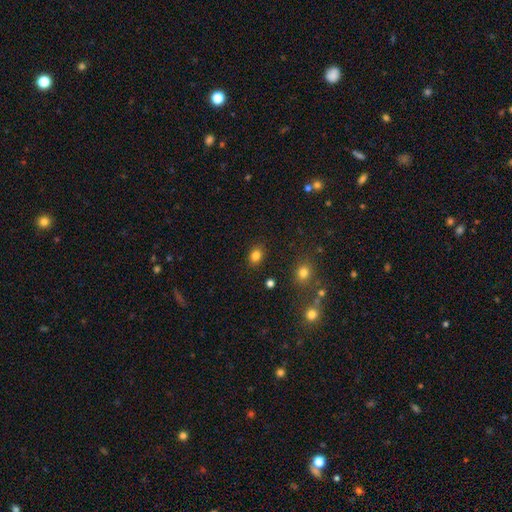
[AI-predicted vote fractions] Q: Smooth or featured?
A: smooth (83%); runner-up: star or artifact (11%)
Q: How rounded?
A: in between (60%); runner-up: round (39%)
Q: Merging?
A: none (86%); runner-up: minor disturbance (9%)